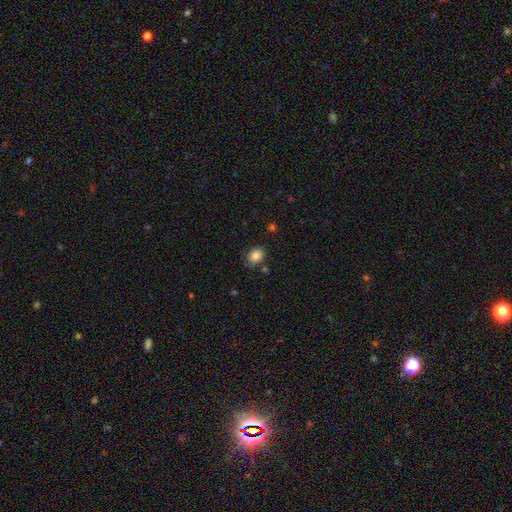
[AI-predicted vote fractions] Q: Smooth or featured?
A: smooth (86%); runner-up: star or artifact (9%)
Q: How rounded?
A: in between (64%); runner-up: round (35%)
Q: Merging?
A: none (74%); runner-up: minor disturbance (18%)